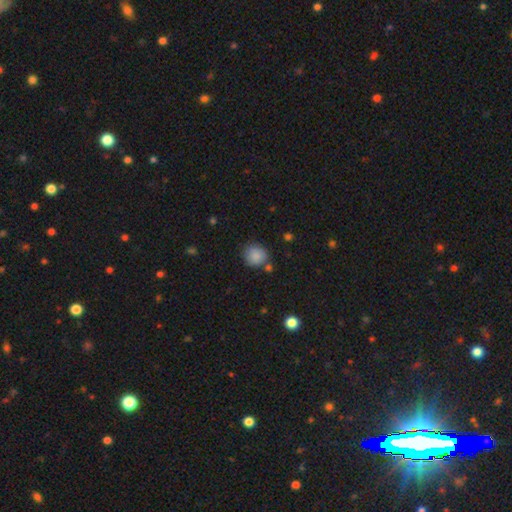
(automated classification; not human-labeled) Overall: smooth (86%). How rounded: round (86%). Merging: none (74%).